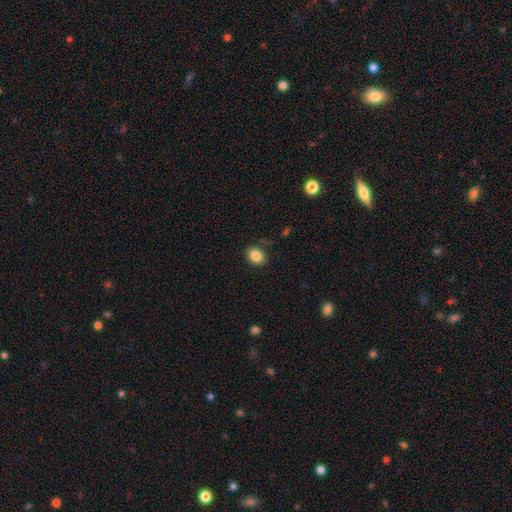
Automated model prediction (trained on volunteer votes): A smooth galaxy with no disk features (85%) that is in between round and cigar-shaped (59%). Merging: none (84%).